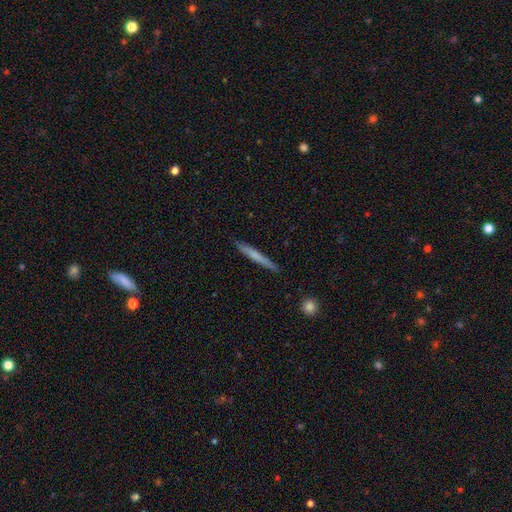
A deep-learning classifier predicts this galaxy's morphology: The model was most divided on "smooth or featured": smooth: 56%, featured or disk: 38%, star or artifact: 6%. More confident: how rounded — cigar-shaped (96%); merging — none (90%).